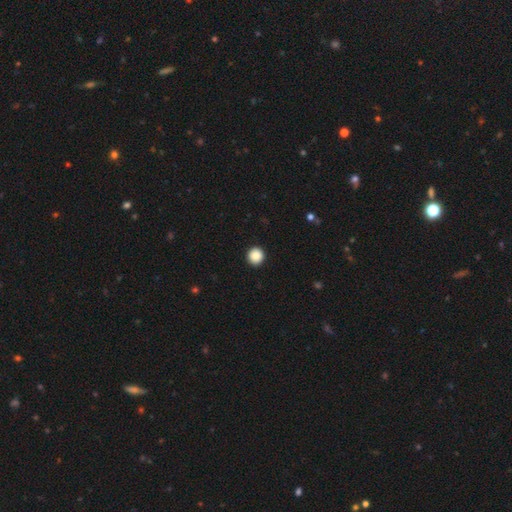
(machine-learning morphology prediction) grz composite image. It shows a smooth galaxy with no disk features (89%) that is round (95%). Merging: none (94%).